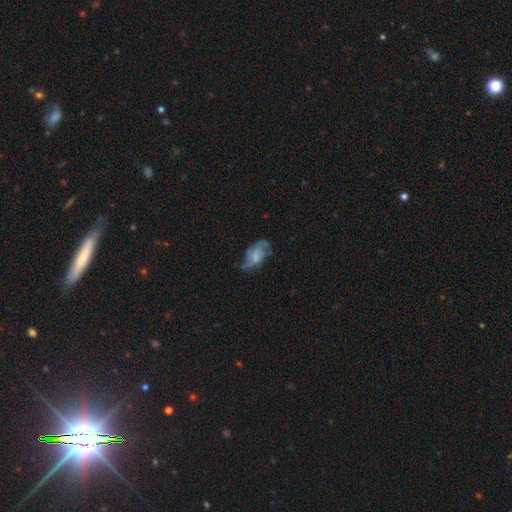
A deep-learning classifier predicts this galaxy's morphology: smooth-or-featured: featured or disk: 55% | smooth: 37% | star or artifact: 9%
  disk-edge-on: no: 95% | yes: 5%
    bar: no: 67% | weak: 28% | strong: 5%
    has-spiral-arms: yes: 75% | no: 25%
    bulge-size: none: 35% | small: 27% | moderate: 25% | large: 12% | dominant: 2%
  merging: none: 44% | minor disturbance: 30% | major disturbance: 23% | merger: 3%